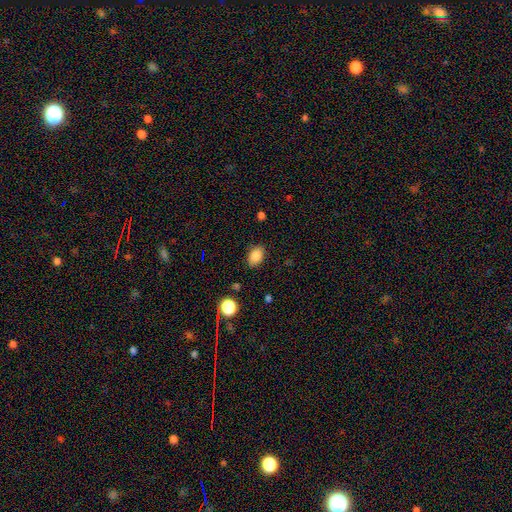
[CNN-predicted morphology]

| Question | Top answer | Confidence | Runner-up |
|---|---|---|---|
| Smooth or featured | smooth | 86% | star or artifact (10%) |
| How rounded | in between | 78% | round (21%) |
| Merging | none | 84% | minor disturbance (12%) |